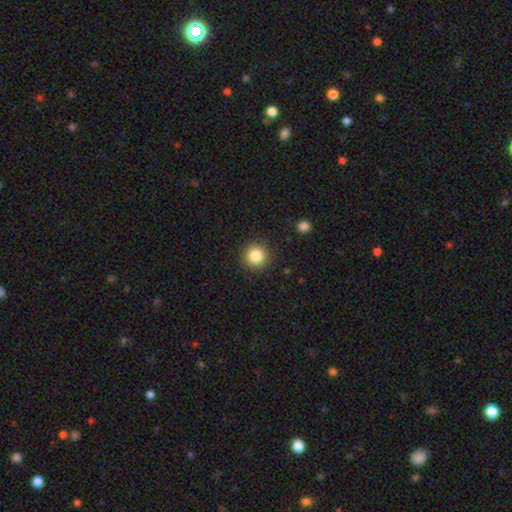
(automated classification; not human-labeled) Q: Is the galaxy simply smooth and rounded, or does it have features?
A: smooth — 84%.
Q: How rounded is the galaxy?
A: round — 95%.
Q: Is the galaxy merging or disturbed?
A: none — 91%.